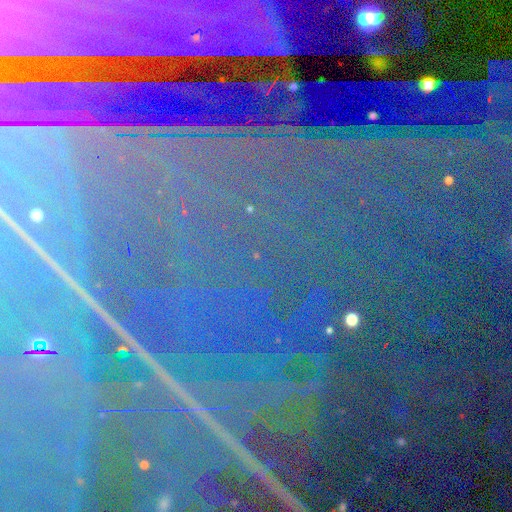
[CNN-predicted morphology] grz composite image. It shows a star or artifact, not a galaxy (89%).